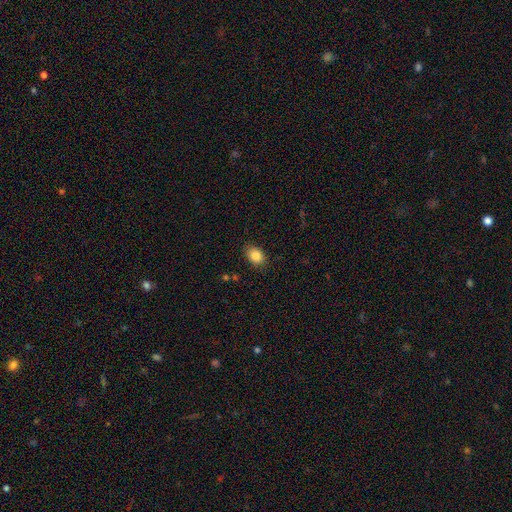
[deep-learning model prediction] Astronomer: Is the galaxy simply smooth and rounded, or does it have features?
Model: smooth — 85%.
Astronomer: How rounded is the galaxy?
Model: in between — 79%.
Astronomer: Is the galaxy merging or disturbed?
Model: none — 85%.